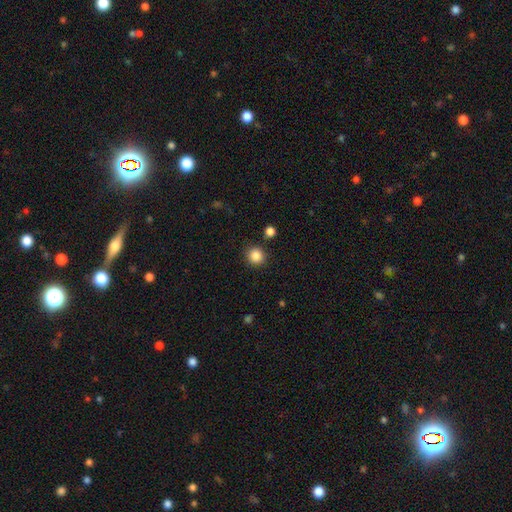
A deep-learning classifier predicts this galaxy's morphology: A smooth galaxy with no disk features (86%) that is round (90%). Merging: none (88%).